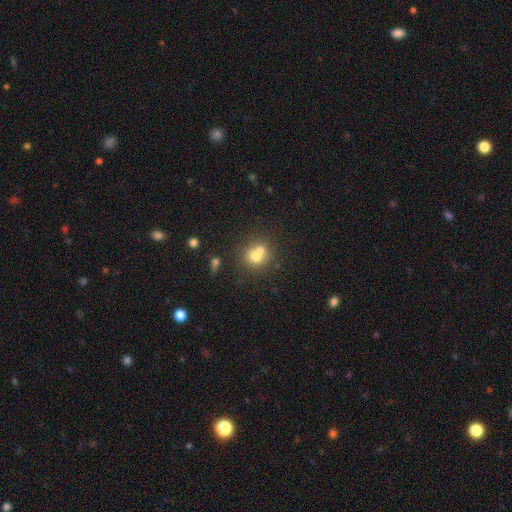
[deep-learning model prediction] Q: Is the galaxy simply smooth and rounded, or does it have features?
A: smooth — 68%.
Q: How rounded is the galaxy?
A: round — 83%.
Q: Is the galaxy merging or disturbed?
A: merger — 50%.